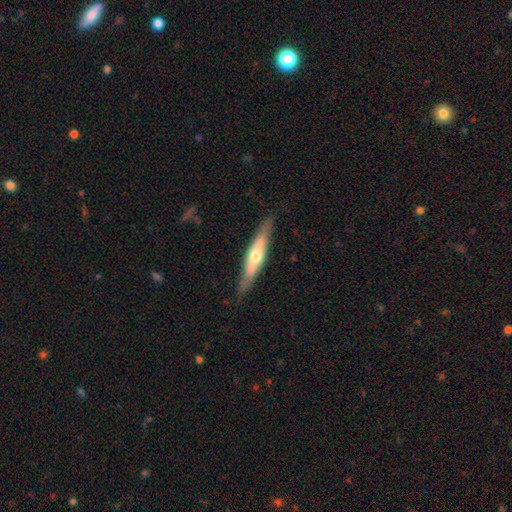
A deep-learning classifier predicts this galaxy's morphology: A featured or disk galaxy (56%) viewed edge-on (78%). Merging: none (83%).